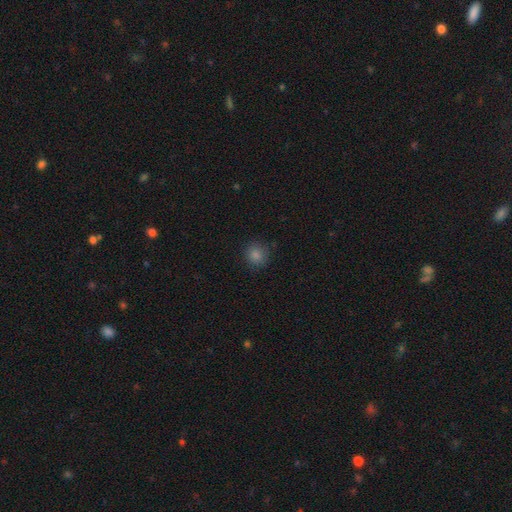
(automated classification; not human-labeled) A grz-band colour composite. It shows a smooth galaxy with no disk features (81%) that is round (91%). Merging: none (88%).